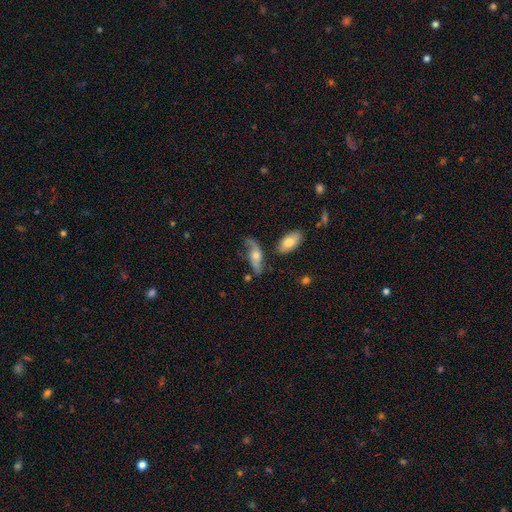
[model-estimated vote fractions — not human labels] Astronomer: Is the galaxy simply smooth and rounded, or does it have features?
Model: featured or disk — 56% (runner-up: smooth, 36%).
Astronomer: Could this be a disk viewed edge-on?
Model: no — 80%.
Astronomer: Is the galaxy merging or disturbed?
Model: none — 44% (runner-up: minor disturbance, 27%).